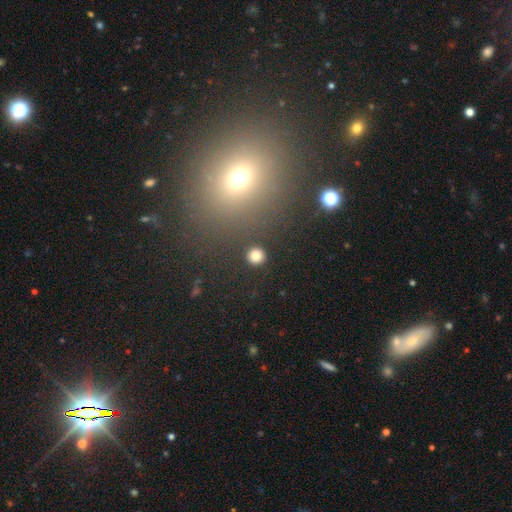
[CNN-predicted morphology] Q: Smooth or featured?
A: smooth (83%); runner-up: star or artifact (13%)
Q: How rounded?
A: round (93%); runner-up: in between (6%)
Q: Merging?
A: none (91%); runner-up: minor disturbance (5%)